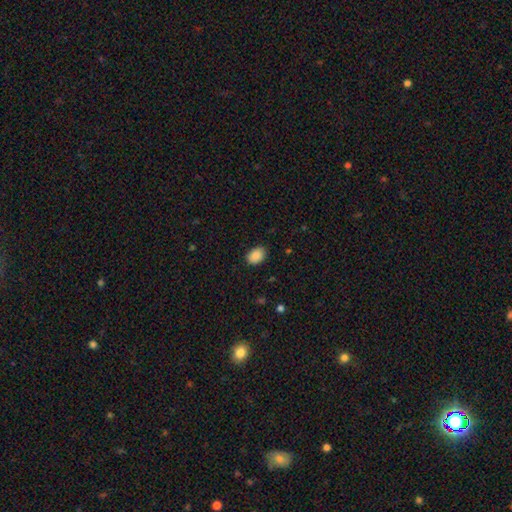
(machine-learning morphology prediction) Smooth or featured: smooth — 89% (star or artifact — 8%)
How rounded: in between — 79% (round — 20%)
Merging: none — 86% (minor disturbance — 11%)